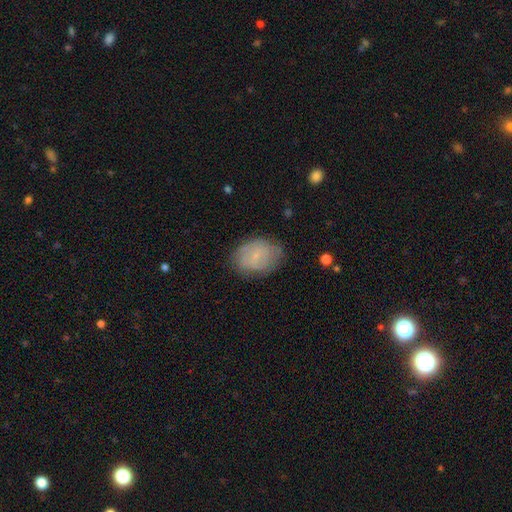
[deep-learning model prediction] Q: Smooth or featured?
A: smooth (48%); runner-up: featured or disk (44%)
Q: Merging?
A: none (72%); runner-up: minor disturbance (21%)